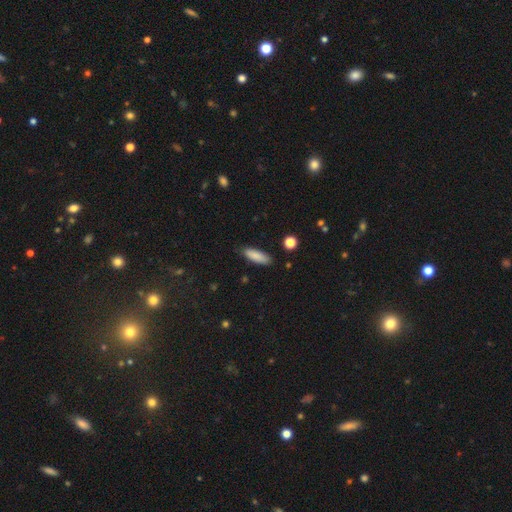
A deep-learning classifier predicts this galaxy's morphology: This appears to be a smooth galaxy with no disk features (86%) that is in between round and cigar-shaped (50%). Merging: none (85%).